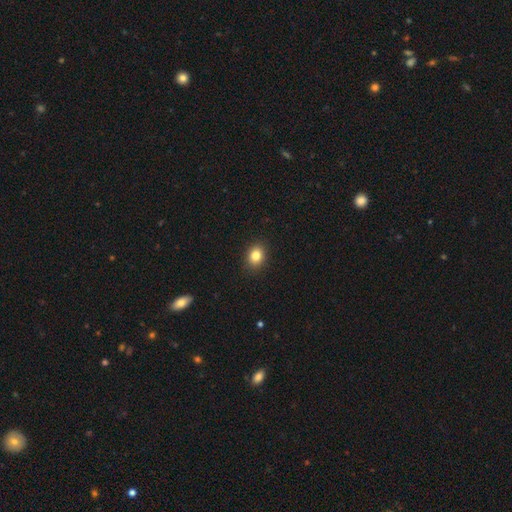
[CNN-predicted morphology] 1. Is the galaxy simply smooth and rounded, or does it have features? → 83% smooth, 11% star or artifact, 7% featured or disk.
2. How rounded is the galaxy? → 52% round, 47% in between, 1% cigar-shaped.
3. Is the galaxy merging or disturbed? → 90% none, 7% minor disturbance, 2% major disturbance, 1% merger.